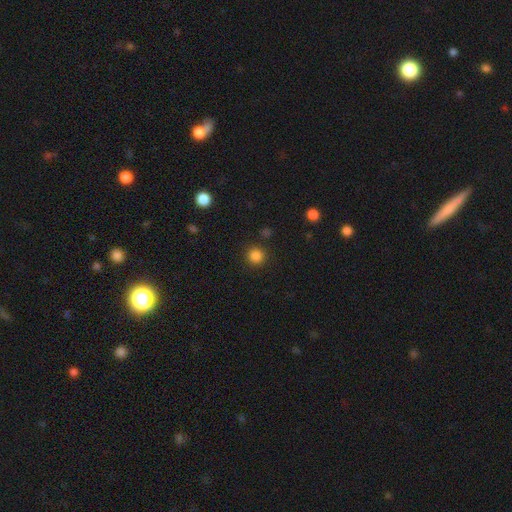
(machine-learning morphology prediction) smooth 84%, star or artifact 12%, featured or disk 3%. Down the decision tree: how rounded — round (94%); merging — none (89%).